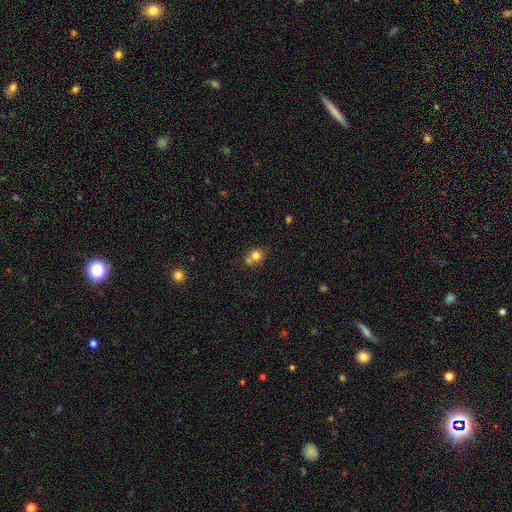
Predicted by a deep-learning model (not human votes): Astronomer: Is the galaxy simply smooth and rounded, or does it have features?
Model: smooth — 77%.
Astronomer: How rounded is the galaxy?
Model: round — 74%.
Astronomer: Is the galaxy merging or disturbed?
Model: none — 51% (runner-up: merger, 30%).